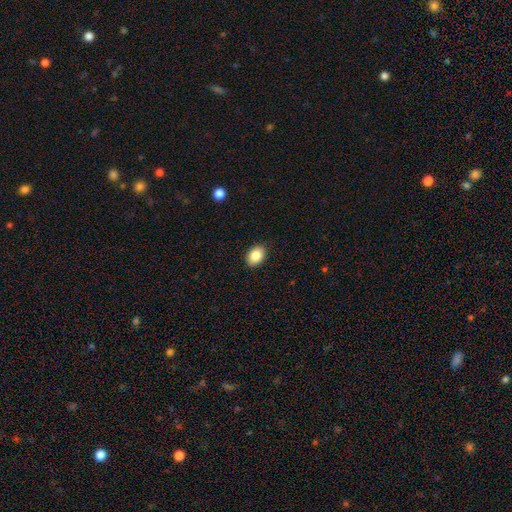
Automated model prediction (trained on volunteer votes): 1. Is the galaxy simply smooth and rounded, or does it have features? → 85% smooth, 8% star or artifact, 6% featured or disk.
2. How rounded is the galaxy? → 77% in between, 22% round, 1% cigar-shaped.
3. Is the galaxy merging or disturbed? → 90% none, 8% minor disturbance, 2% major disturbance, 1% merger.